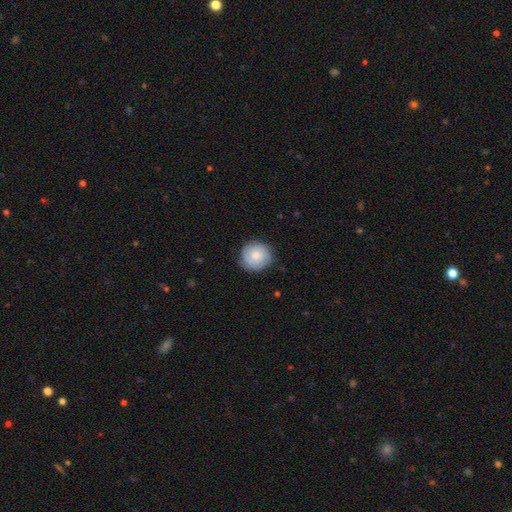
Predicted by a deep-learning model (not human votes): smooth-or-featured: smooth: 68% | featured or disk: 25% | star or artifact: 6%
  how-rounded: round: 90% | in between: 9% | cigar-shaped: 1%
  merging: none: 80% | minor disturbance: 16% | major disturbance: 3% | merger: 1%